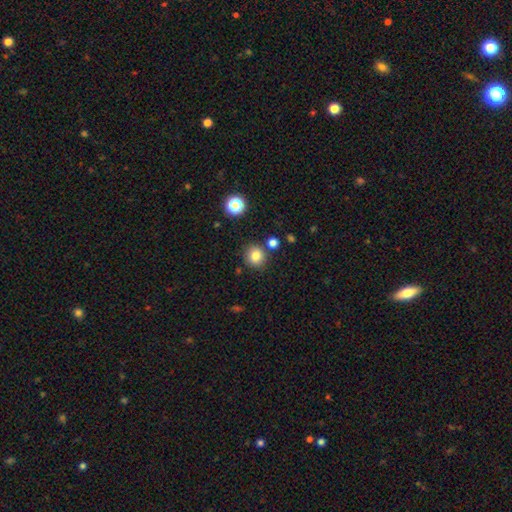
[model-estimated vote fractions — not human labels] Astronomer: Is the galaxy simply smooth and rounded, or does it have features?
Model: smooth — 81%.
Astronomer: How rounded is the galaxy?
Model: round — 91%.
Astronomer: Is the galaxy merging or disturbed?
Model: none — 83%.